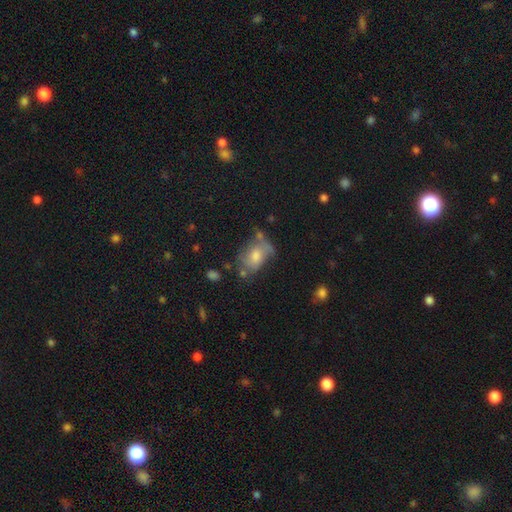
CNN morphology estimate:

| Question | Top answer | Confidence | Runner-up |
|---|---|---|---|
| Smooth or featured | smooth | 52% | featured or disk (34%) |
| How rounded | in between | 77% | round (21%) |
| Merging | none | 47% | minor disturbance (28%) |